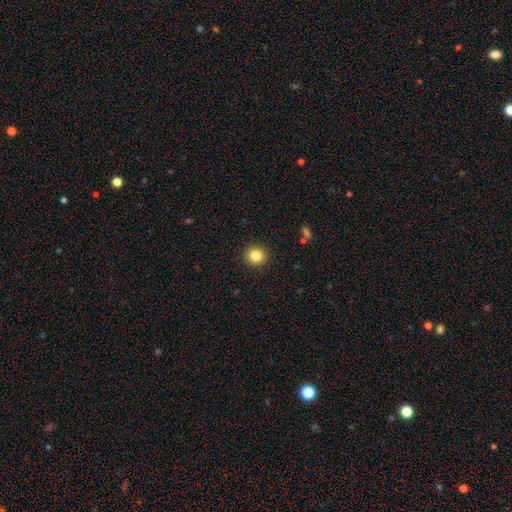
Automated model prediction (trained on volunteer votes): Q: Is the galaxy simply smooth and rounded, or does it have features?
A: smooth — 84%.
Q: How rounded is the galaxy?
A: round — 92%.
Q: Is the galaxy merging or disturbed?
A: none — 92%.